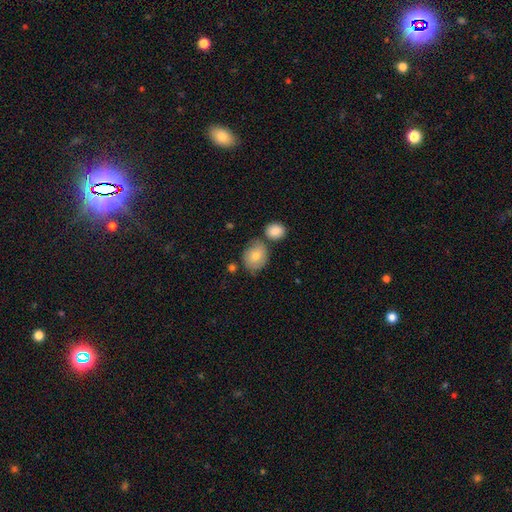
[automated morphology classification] Smooth or featured? smooth (74%)
How rounded? round (65%)
Merging? none (61%)